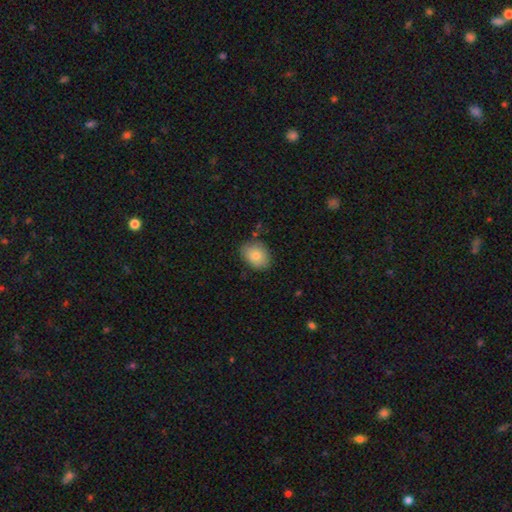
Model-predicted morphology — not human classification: The model was most divided on "how rounded": in between: 68%, round: 31%, cigar-shaped: 1%. More confident: smooth or featured — smooth (82%); merging — none (81%).